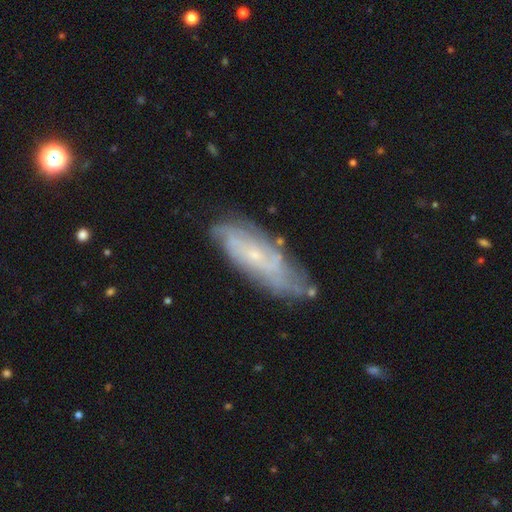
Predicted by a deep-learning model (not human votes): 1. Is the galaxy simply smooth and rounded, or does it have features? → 70% featured or disk, 23% smooth, 7% star or artifact.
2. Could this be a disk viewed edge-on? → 83% no, 17% yes.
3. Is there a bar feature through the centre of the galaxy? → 72% no, 23% weak, 5% strong.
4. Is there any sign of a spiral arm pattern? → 83% yes, 17% no.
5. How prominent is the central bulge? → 79% small, 14% moderate, 5% none, 1% large, 1% dominant.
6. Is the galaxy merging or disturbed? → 69% none, 21% minor disturbance, 6% major disturbance, 3% merger.